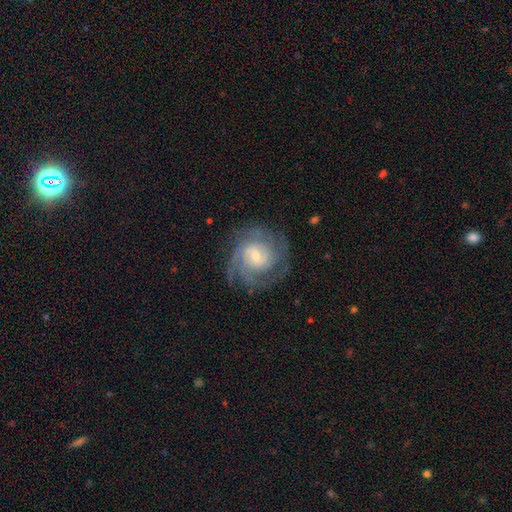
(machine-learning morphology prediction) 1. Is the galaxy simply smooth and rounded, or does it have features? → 85% featured or disk, 9% smooth, 6% star or artifact.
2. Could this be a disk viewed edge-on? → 98% no, 2% yes.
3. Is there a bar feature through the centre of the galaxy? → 47% weak, 43% no, 10% strong.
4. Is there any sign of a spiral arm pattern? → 96% yes, 4% no.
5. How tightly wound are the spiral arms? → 63% tight, 31% medium, 6% loose.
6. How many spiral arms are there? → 28% 3, 27% can't tell, 21% 2, 13% 4, 6% 1, 6% more than 4.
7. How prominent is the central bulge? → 55% small, 38% moderate, 4% large, 3% none, 1% dominant.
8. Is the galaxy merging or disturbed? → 76% none, 15% minor disturbance, 8% major disturbance, 1% merger.